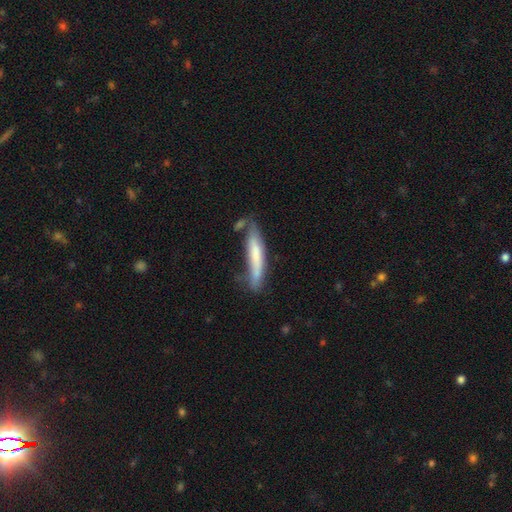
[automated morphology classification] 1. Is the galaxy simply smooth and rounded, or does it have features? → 61% smooth, 33% featured or disk, 6% star or artifact.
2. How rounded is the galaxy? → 90% cigar-shaped, 9% in between, 1% round.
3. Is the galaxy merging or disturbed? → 48% none, 28% minor disturbance, 12% major disturbance, 12% merger.